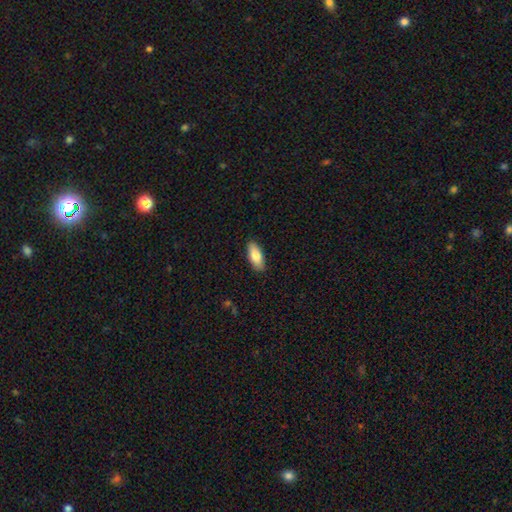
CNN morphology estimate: Smooth or featured: smooth — 80% (featured or disk — 14%)
How rounded: in between — 82% (cigar-shaped — 16%)
Merging: none — 88% (minor disturbance — 9%)